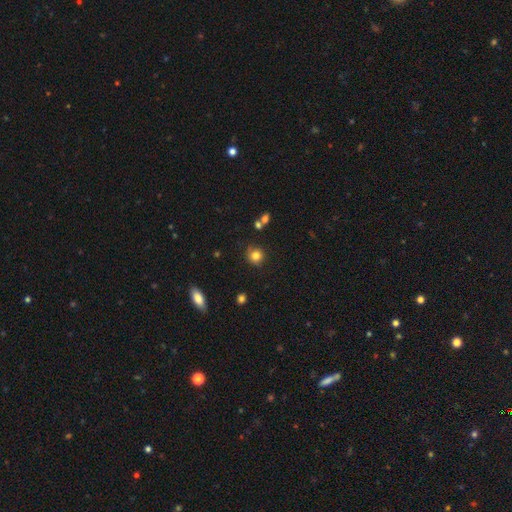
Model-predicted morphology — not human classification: A smooth galaxy with no disk features (82%) that is round (88%).

Vote fractions:
- Smooth or featured? smooth: 82% / star or artifact: 12% / featured or disk: 7%
- How rounded? round: 88% / in between: 11% / cigar-shaped: 1%
- Merging? none: 81% / minor disturbance: 12% / merger: 4% / major disturbance: 3%